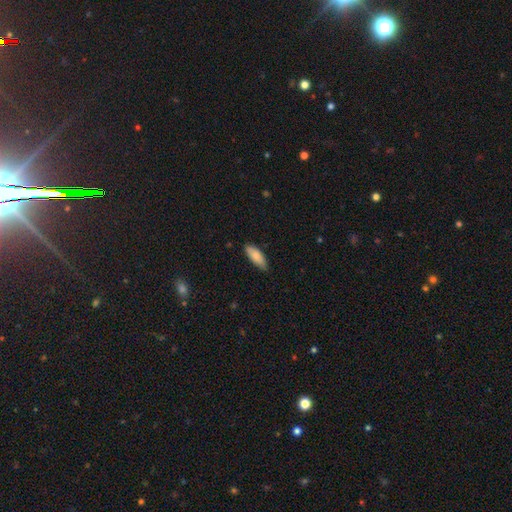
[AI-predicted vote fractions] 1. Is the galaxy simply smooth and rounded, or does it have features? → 86% smooth, 8% featured or disk, 6% star or artifact.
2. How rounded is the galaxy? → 70% in between, 29% cigar-shaped, 2% round.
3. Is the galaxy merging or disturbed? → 78% none, 18% minor disturbance, 2% major disturbance, 1% merger.